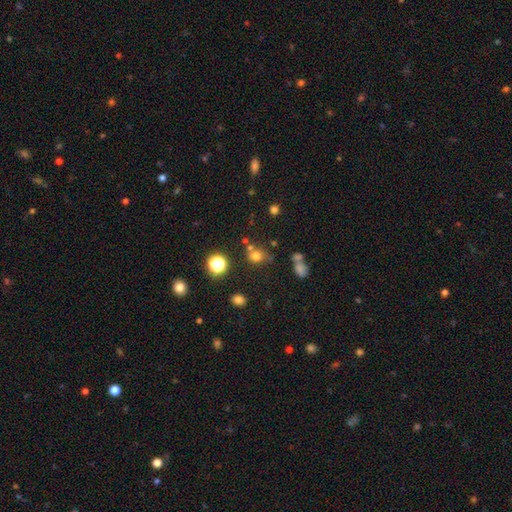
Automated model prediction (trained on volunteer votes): This is likely a smooth galaxy (70%). How rounded: clearly round (80%). Merging: likely none (63%).